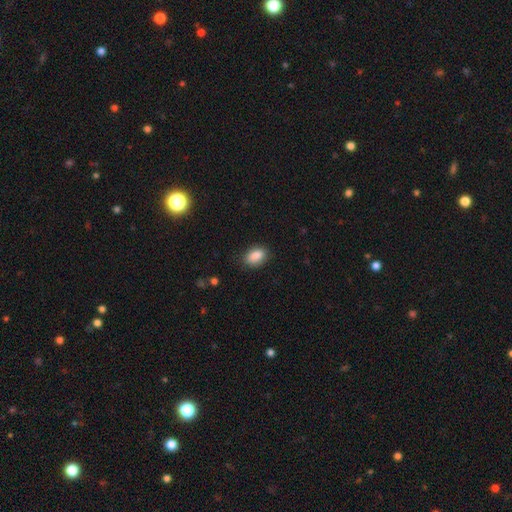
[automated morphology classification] Smooth or featured: smooth — 88% (star or artifact — 8%)
How rounded: in between — 88% (round — 10%)
Merging: none — 84% (minor disturbance — 12%)